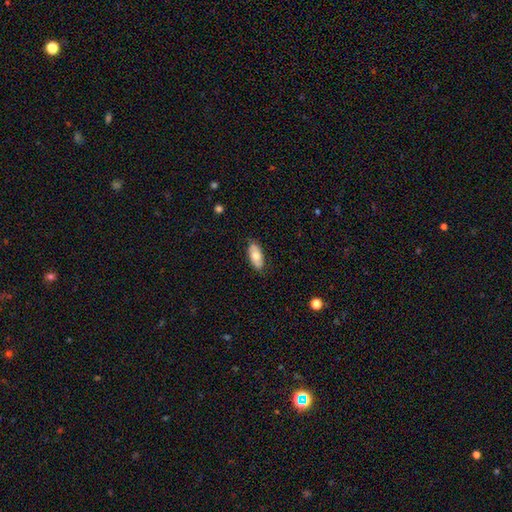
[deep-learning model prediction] smooth_or_featured: smooth (p=0.73) [alt: featured or disk p=0.21]
how_rounded: in between (p=0.90) [alt: cigar-shaped p=0.08]
merging: none (p=0.83) [alt: minor disturbance p=0.14]